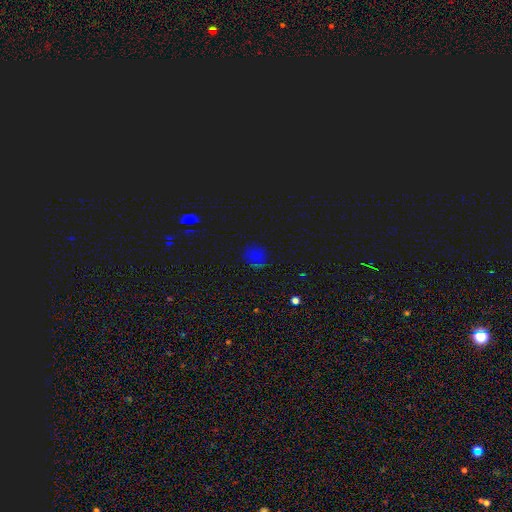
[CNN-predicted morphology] The model was most divided on "smooth or featured": smooth: 52%, star or artifact: 38%, featured or disk: 10%. More confident: how rounded — round (82%); merging — none (75%).